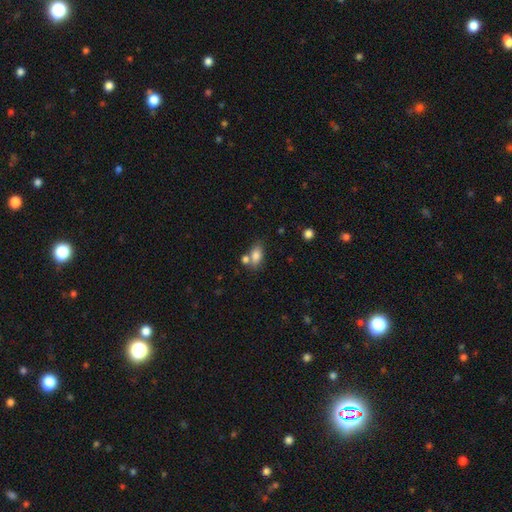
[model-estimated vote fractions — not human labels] Overall: smooth (81%). How rounded: in between (86%). Merging: none (52%; merger 28%).